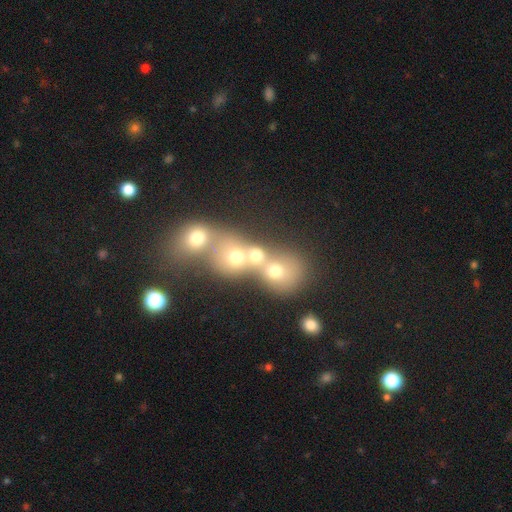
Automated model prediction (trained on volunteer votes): smooth-or-featured: smooth: 65% | featured or disk: 18% | star or artifact: 17%
  how-rounded: round: 75% | in between: 24% | cigar-shaped: 1%
  merging: merger: 66% | none: 26% | minor disturbance: 5% | major disturbance: 4%